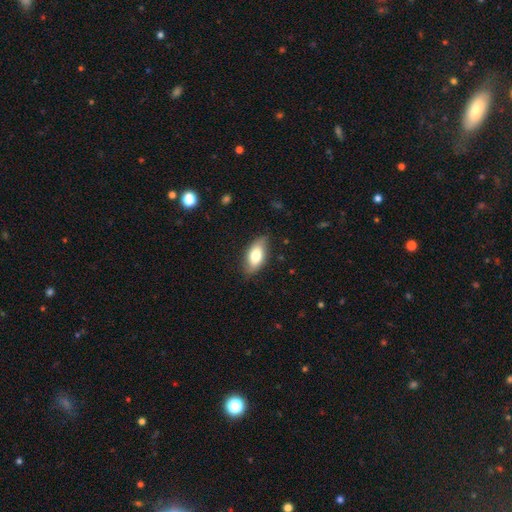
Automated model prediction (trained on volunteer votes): This appears to be a smooth galaxy with no disk features (70%) that is in between round and cigar-shaped (88%). Merging: none (79%).